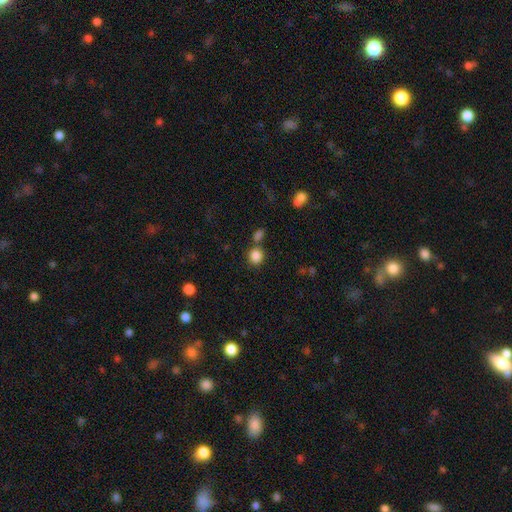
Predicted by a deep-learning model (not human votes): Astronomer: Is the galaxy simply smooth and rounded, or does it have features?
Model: smooth — 85%.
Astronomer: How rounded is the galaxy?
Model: round — 85%.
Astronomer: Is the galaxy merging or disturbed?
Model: none — 71%.